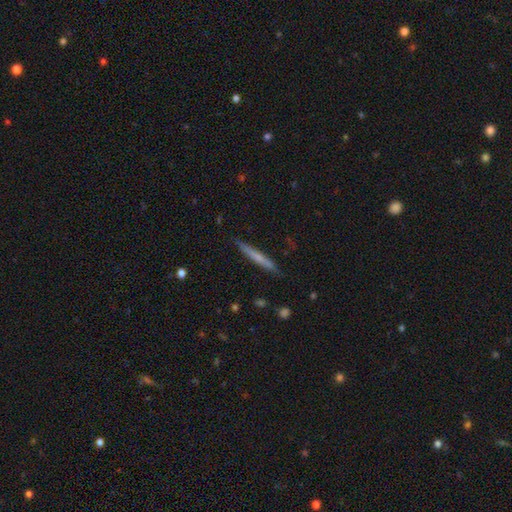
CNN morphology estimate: A smooth galaxy with no disk features (53%) that is cigar-shaped (96%).

Vote fractions:
- Smooth or featured? smooth: 53% / featured or disk: 41% / star or artifact: 6%
- How rounded? cigar-shaped: 96% / in between: 2% / round: 2%
- Merging? none: 89% / minor disturbance: 8% / major disturbance: 1% / merger: 1%